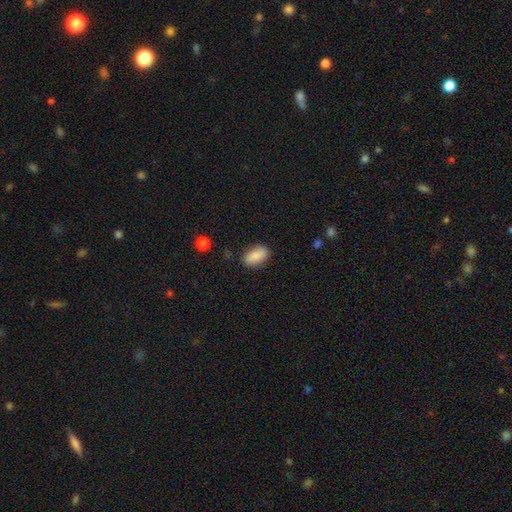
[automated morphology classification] Smooth or featured? Predicted: smooth (p=0.88). How rounded? Predicted: in between (p=0.92). Merging? Predicted: none (p=0.85).